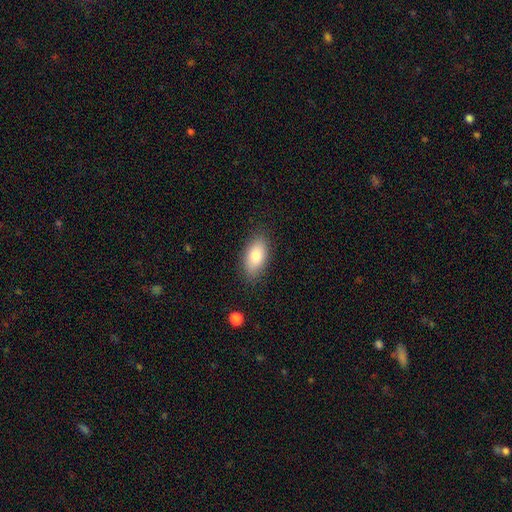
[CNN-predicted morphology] This appears to be a smooth galaxy with no disk features (81%) that is in between round and cigar-shaped (92%). Merging: none (85%).